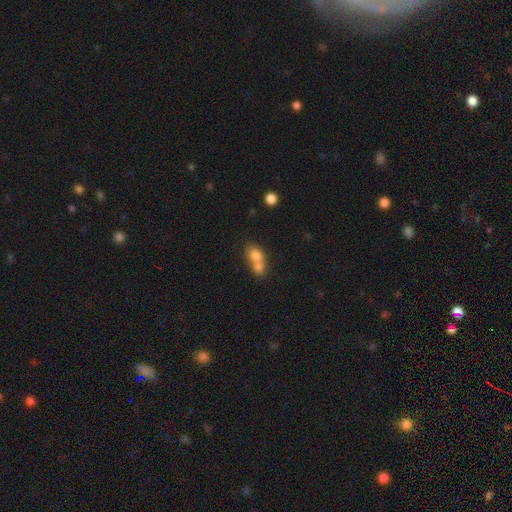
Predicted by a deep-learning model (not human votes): smooth_or_featured: smooth (p=0.75) [alt: featured or disk p=0.15]
how_rounded: in between (p=0.55) [alt: round p=0.43]
merging: merger (p=0.70) [alt: none p=0.21]